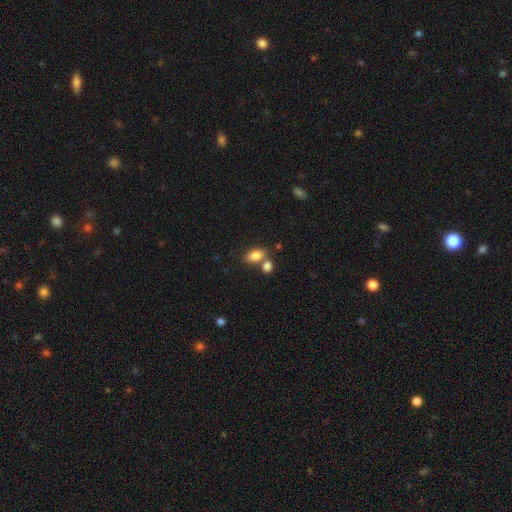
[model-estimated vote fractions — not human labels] Smooth or featured?
  - smooth: 82% *
  - featured or disk: 9%
  - star or artifact: 9%
How rounded?
  - in between: 85% *
  - round: 13%
  - cigar-shaped: 2%
Merging?
  - none: 51% *
  - merger: 35%
  - minor disturbance: 10%
  - major disturbance: 3%